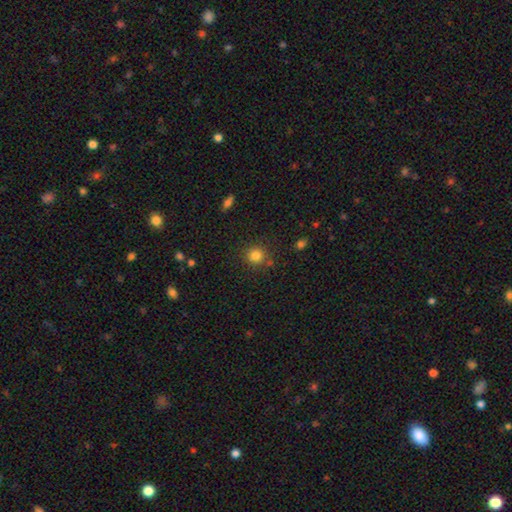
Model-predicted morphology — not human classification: This appears to be a smooth galaxy with no disk features (82%) that is round (90%). Merging: none (82%).